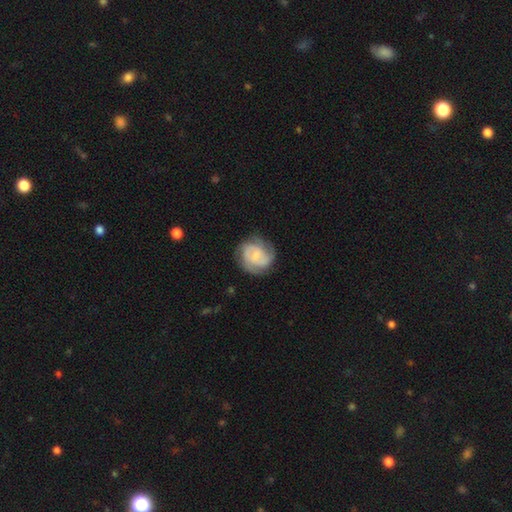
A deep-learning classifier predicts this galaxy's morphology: Smooth or featured: featured or disk — 72% (smooth — 22%)
Edge-on disk: no — 98% (yes — 2%)
Bar: no — 54% (weak — 39%)
Spiral arms: yes — 94% (no — 6%)
Spiral winding: tight — 51% (medium — 39%)
Spiral arm count: 2 — 38% (3 — 28%)
Bulge size: small — 55% (moderate — 24%)
Merging: none — 73% (minor disturbance — 19%)